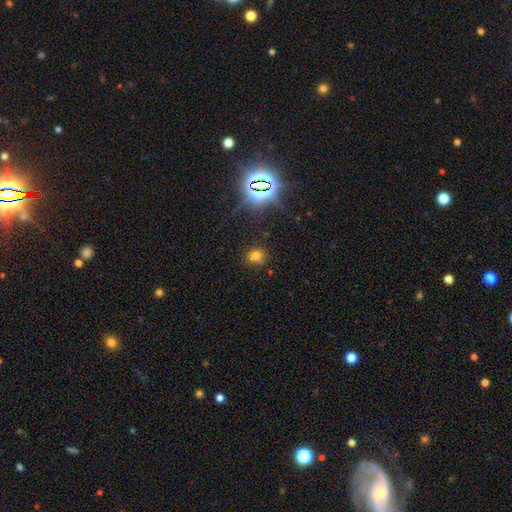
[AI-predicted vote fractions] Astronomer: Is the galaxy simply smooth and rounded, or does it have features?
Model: smooth — 67%.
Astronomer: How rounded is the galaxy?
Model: round — 77%.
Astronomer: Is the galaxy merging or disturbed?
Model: none — 83%.